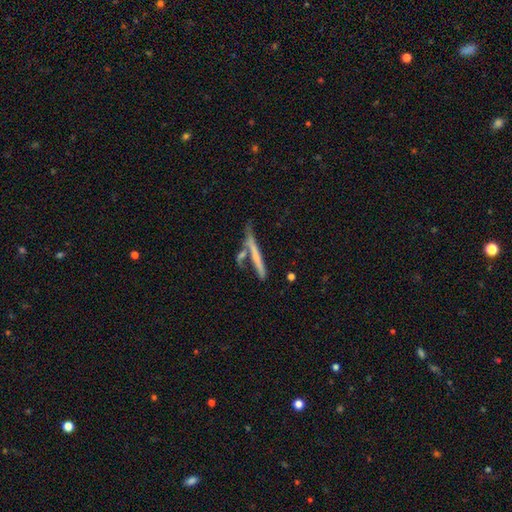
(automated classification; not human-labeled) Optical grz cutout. It shows a featured or disk galaxy (48%). Merging: none (52%).